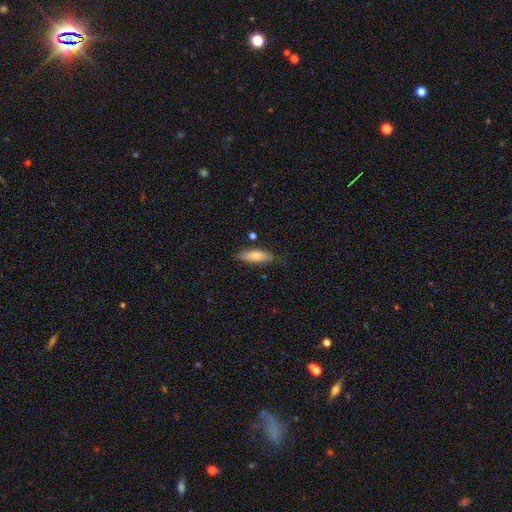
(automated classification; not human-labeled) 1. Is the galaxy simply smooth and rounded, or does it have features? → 77% smooth, 17% featured or disk, 6% star or artifact.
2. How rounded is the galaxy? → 61% in between, 36% cigar-shaped, 2% round.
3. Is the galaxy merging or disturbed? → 78% none, 16% minor disturbance, 3% merger, 3% major disturbance.